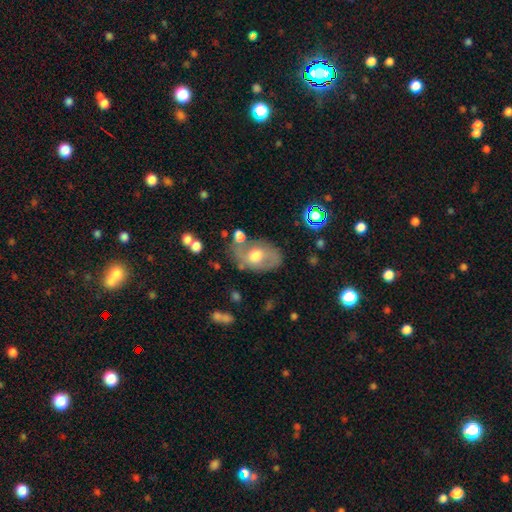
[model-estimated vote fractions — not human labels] smooth_or_featured: smooth (p=0.46) [tied with: featured or disk p=0.46]
merging: none (p=0.62) [alt: minor disturbance p=0.22]